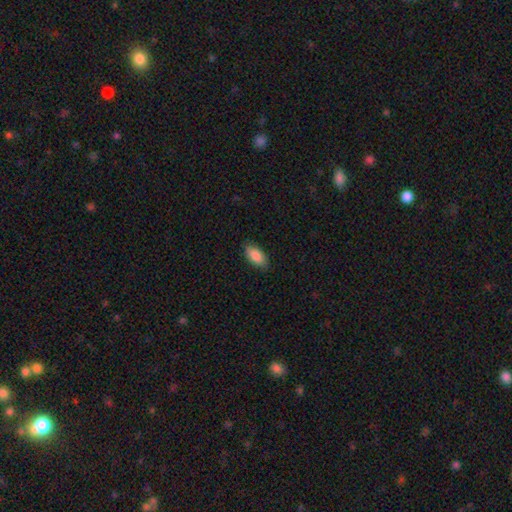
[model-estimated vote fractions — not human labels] A smooth galaxy with no disk features (88%) that is in between round and cigar-shaped (92%).

Vote fractions:
- Smooth or featured? smooth: 88% / star or artifact: 6% / featured or disk: 6%
- How rounded? in between: 92% / cigar-shaped: 6% / round: 2%
- Merging? none: 86% / minor disturbance: 10% / major disturbance: 2% / merger: 1%